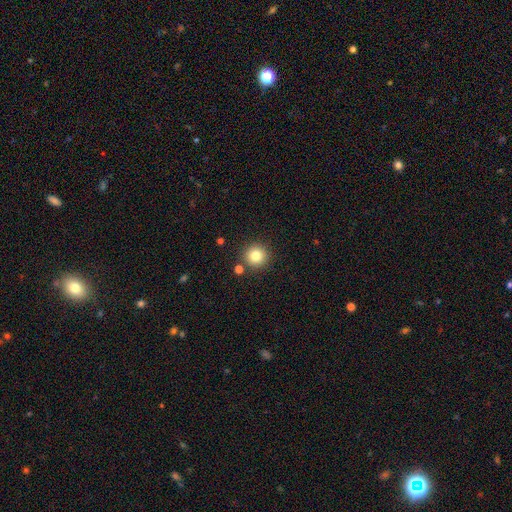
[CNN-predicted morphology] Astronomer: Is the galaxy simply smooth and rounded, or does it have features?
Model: smooth — 81%.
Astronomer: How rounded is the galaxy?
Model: round — 95%.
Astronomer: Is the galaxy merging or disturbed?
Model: none — 86%.